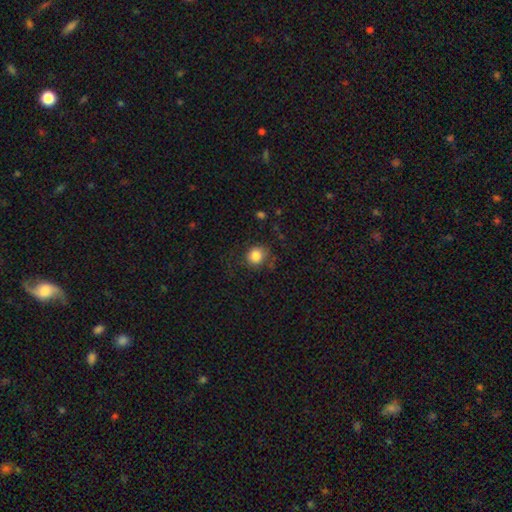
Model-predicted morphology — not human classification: smooth 84%, star or artifact 10%, featured or disk 7%. Down the decision tree: how rounded — round (80%); merging — none (73%).